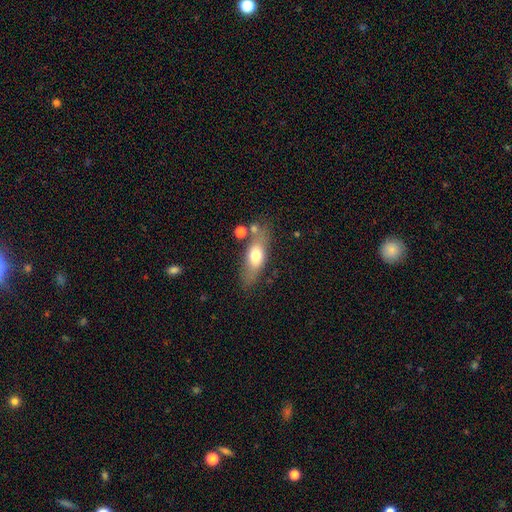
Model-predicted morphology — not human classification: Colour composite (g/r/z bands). It shows a smooth galaxy with no disk features (64%) that is in between round and cigar-shaped (65%). Merging: none (69%).